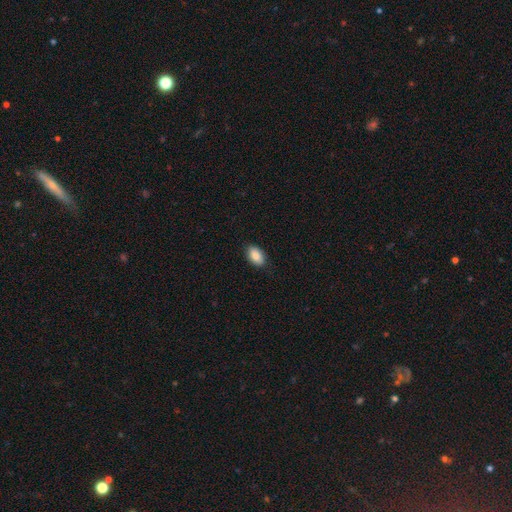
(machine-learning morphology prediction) Smooth or featured? smooth (87%)
How rounded? in between (92%)
Merging? none (88%)